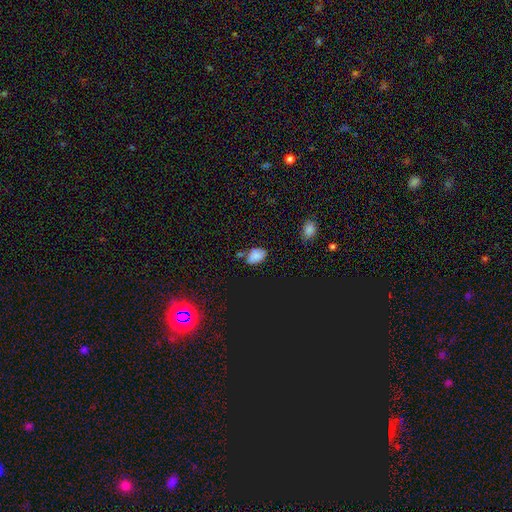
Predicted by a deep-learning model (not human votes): smooth_or_featured: smooth (p=0.65) [alt: star or artifact p=0.22]
how_rounded: in between (p=0.86) [alt: round p=0.13]
merging: none (p=0.66) [alt: minor disturbance p=0.23]